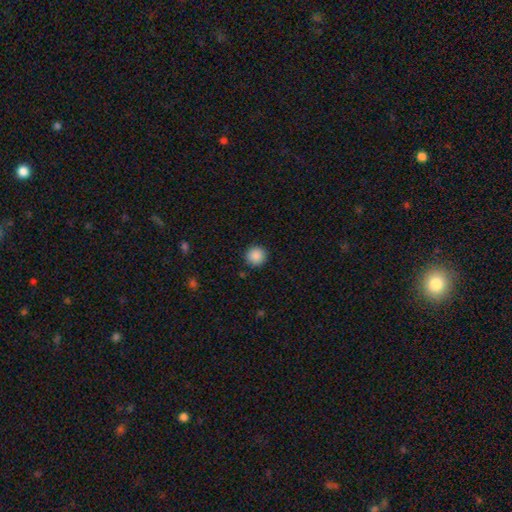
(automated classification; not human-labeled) A smooth galaxy with no disk features (88%) that is round (94%). Merging: none (91%).